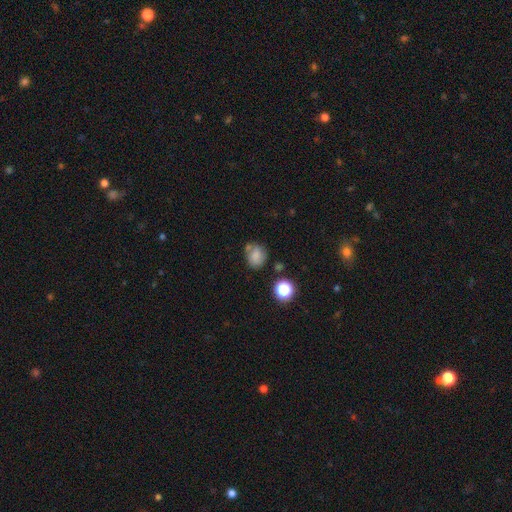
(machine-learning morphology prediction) Overall: smooth (73%). How rounded: round (65%; in between 34%). Merging: none (58%; minor disturbance 21%).